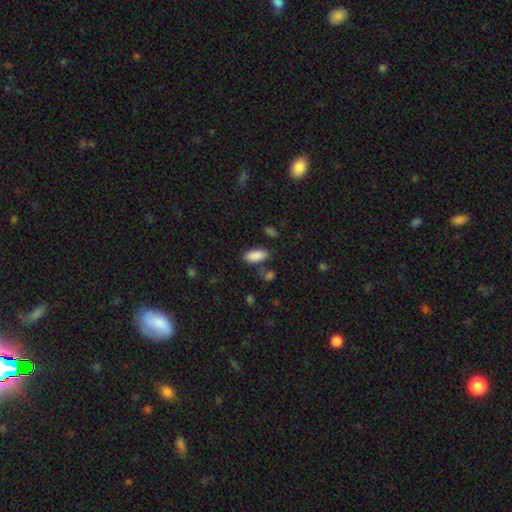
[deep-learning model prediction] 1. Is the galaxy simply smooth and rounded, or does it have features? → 88% smooth, 8% star or artifact, 4% featured or disk.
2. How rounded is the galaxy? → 86% in between, 12% cigar-shaped, 2% round.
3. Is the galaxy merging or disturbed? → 78% none, 13% minor disturbance, 5% merger, 4% major disturbance.